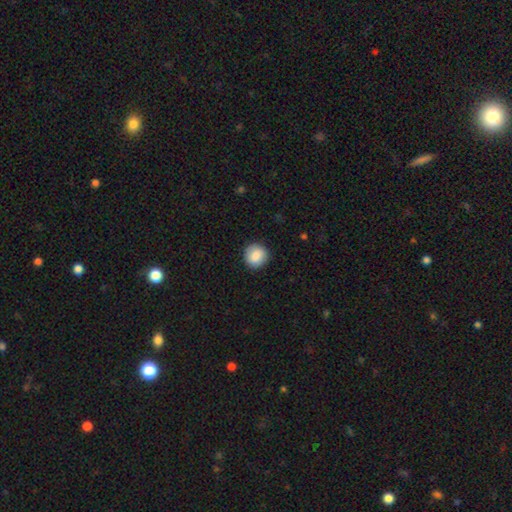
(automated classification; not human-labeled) Morphology: type=smooth (87%); roundness=round (92%); merging=none (89%).